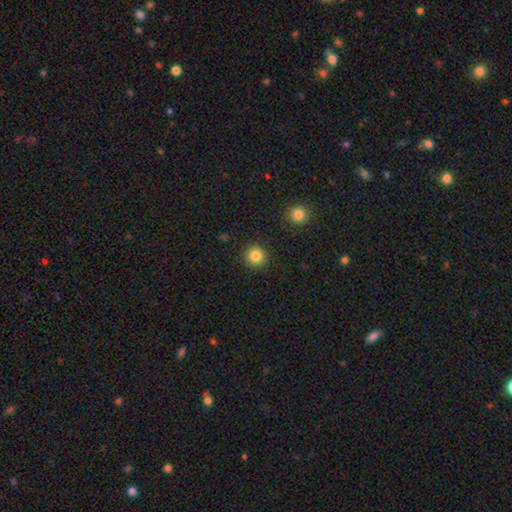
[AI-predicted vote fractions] Smooth or featured? Predicted: smooth (p=0.85). How rounded? Predicted: round (p=0.93). Merging? Predicted: none (p=0.91).